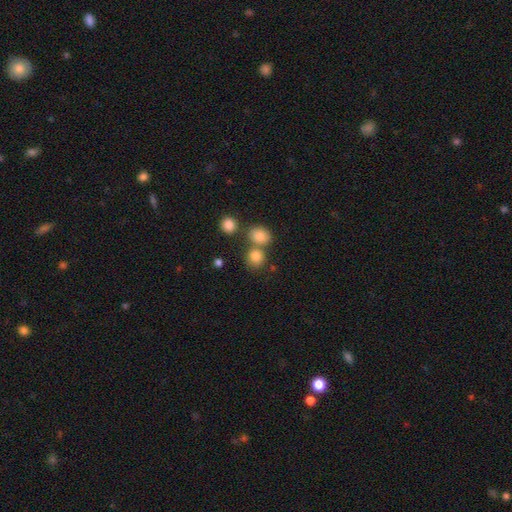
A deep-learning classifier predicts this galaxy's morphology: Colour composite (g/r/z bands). It shows a smooth galaxy with no disk features (81%) that is round (81%). Merging: none (59%).